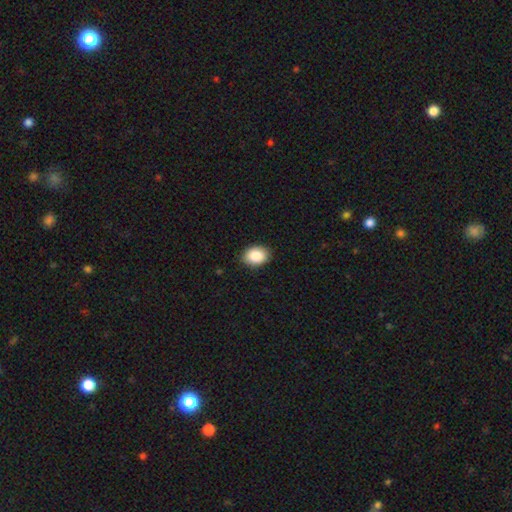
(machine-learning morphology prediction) The model was most divided on "how rounded": in between: 77%, round: 22%, cigar-shaped: 1%. More confident: merging — none (89%); smooth or featured — smooth (88%).